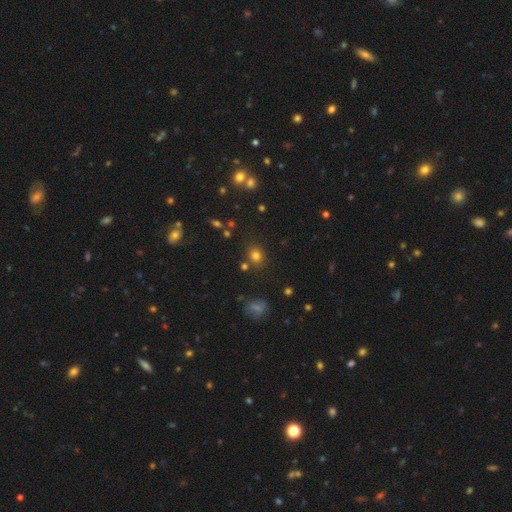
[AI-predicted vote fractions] Smooth or featured? Predicted: smooth (p=0.75). How rounded? Predicted: round (p=0.74). Merging? Predicted: none (p=0.78).